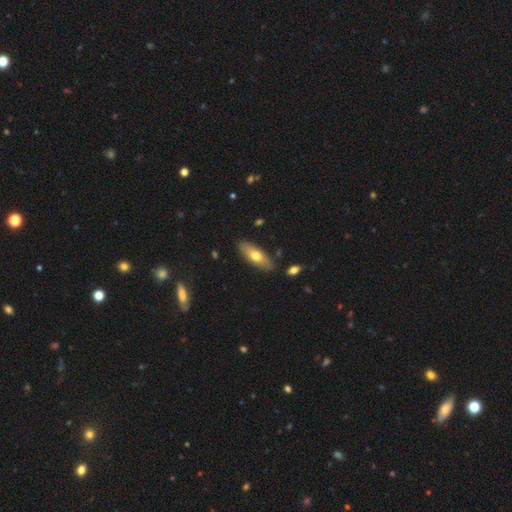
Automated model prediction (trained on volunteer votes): A smooth galaxy with no disk features (63%) that is in between round and cigar-shaped (67%). Merging: none (86%).